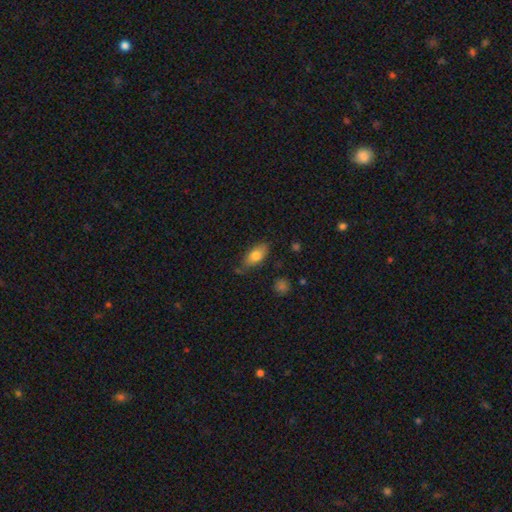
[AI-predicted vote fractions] smooth_or_featured: smooth (p=0.77) [alt: featured or disk p=0.16]
how_rounded: in between (p=0.86) [alt: cigar-shaped p=0.11]
merging: none (p=0.74) [alt: minor disturbance p=0.19]